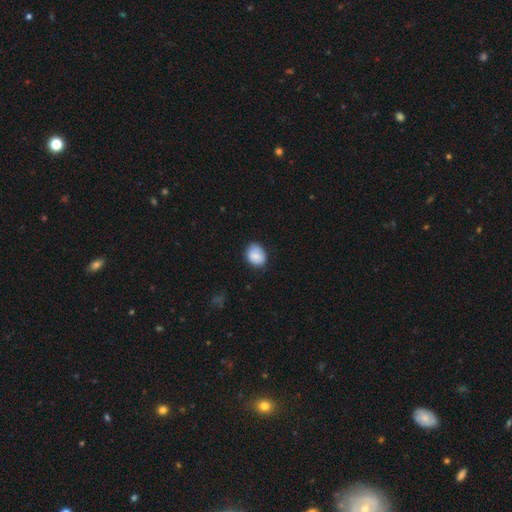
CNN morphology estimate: Smooth or featured? smooth (82%)
How rounded? in between (51%)
Merging? none (72%)